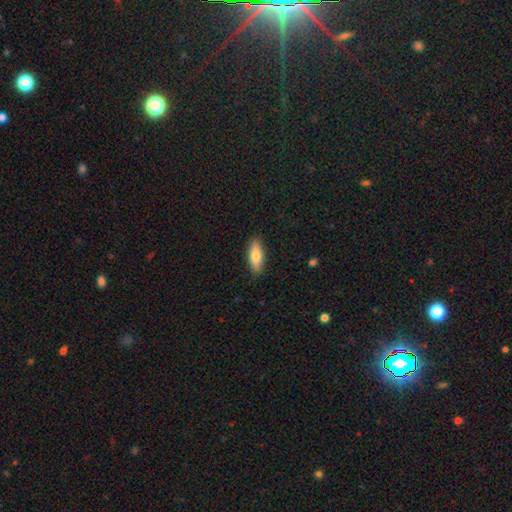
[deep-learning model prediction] The model was most divided on "how rounded": in between: 64%, cigar-shaped: 34%, round: 2%. More confident: merging — none (88%); smooth or featured — smooth (77%).